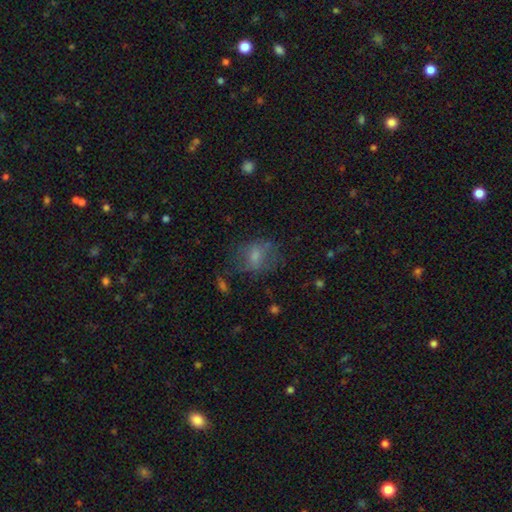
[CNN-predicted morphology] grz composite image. It shows a smooth galaxy with no disk features (63%) that is in between round and cigar-shaped (54%). Merging: none (54%).